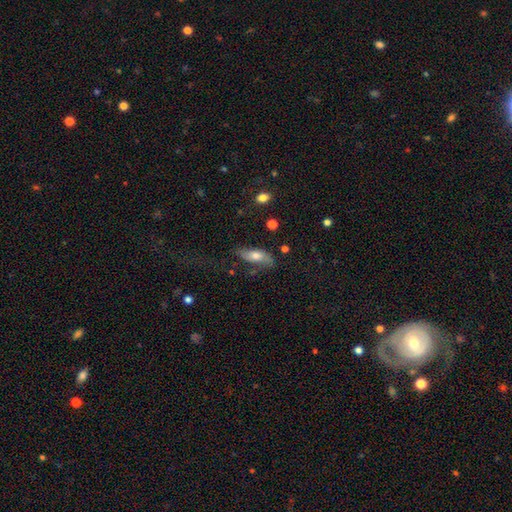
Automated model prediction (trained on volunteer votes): smooth_or_featured: smooth (p=0.61) [alt: featured or disk p=0.31]
how_rounded: in between (p=0.74) [alt: cigar-shaped p=0.23]
merging: none (p=0.56) [alt: minor disturbance p=0.27]